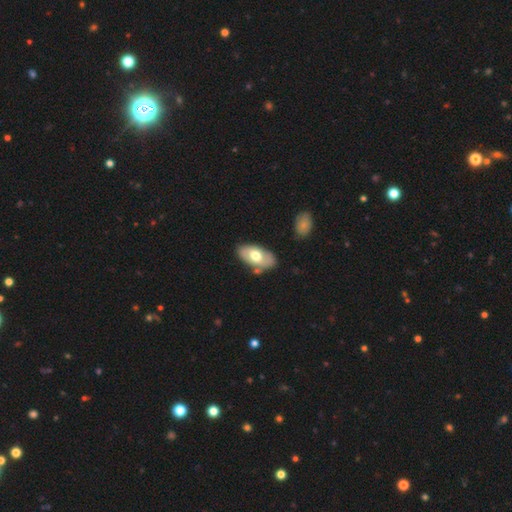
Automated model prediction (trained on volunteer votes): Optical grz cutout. It shows a smooth galaxy with no disk features (60%) that is in between round and cigar-shaped (94%). Merging: none (72%).